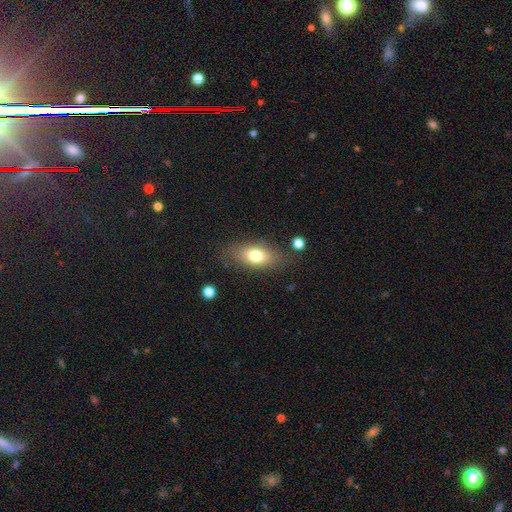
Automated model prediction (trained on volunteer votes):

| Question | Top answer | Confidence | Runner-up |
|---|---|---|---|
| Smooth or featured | smooth | 74% | featured or disk (17%) |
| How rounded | in between | 82% | cigar-shaped (11%) |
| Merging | none | 78% | minor disturbance (14%) |